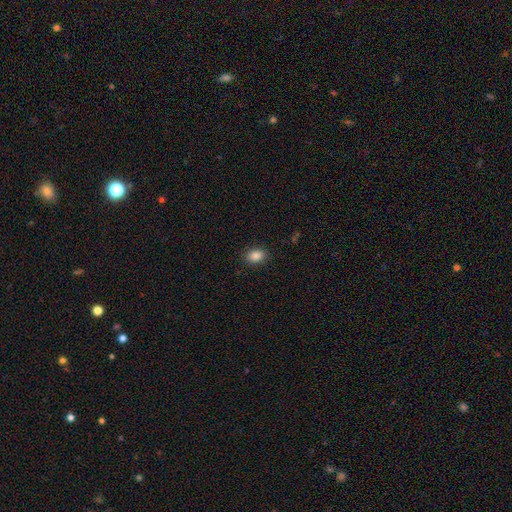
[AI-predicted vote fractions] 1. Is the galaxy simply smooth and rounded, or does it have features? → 87% smooth, 9% star or artifact, 4% featured or disk.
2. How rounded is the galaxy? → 81% in between, 18% round, 1% cigar-shaped.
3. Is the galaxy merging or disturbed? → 88% none, 9% minor disturbance, 2% major disturbance, 1% merger.